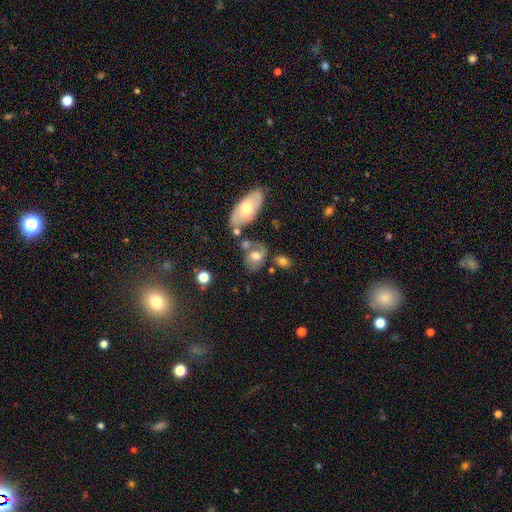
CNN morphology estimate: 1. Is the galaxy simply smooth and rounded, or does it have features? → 51% smooth, 39% featured or disk, 10% star or artifact.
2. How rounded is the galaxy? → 64% in between, 34% round, 2% cigar-shaped.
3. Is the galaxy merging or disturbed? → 48% none, 21% merger, 20% minor disturbance, 11% major disturbance.